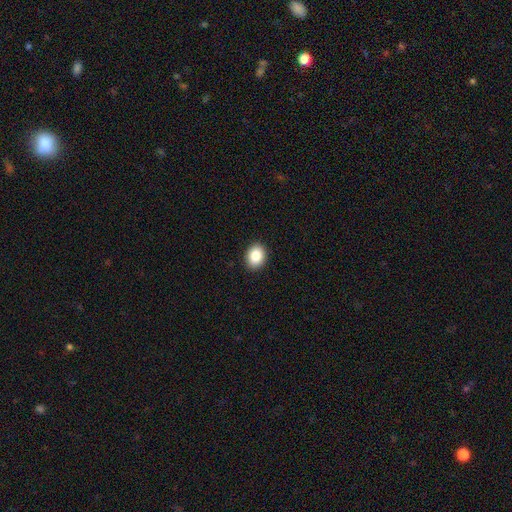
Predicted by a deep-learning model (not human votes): smooth-or-featured: smooth: 87% | star or artifact: 8% | featured or disk: 5%
  how-rounded: in between: 55% | round: 44% | cigar-shaped: 1%
  merging: none: 91% | minor disturbance: 6% | major disturbance: 2% | merger: 1%